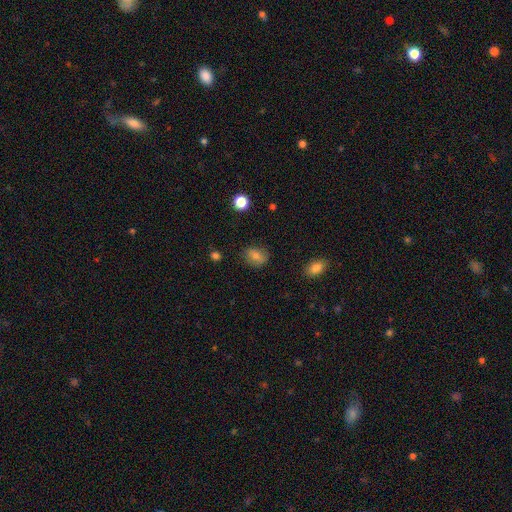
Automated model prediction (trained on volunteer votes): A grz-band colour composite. It shows a smooth galaxy with no disk features (74%) that is in between round and cigar-shaped (59%). Merging: none (80%).